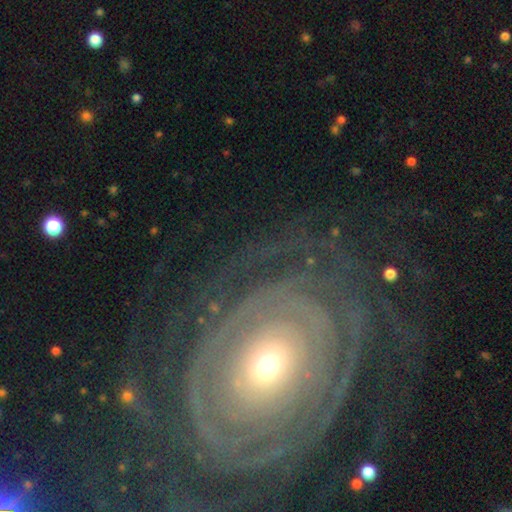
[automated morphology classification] type=featured or disk (82%); edge-on=no (96%); bar=no (78%); spiral arms=yes (84%); winding=tight (81%); arm count=can't tell (40%); bulge=small (51%); merging=none (73%).